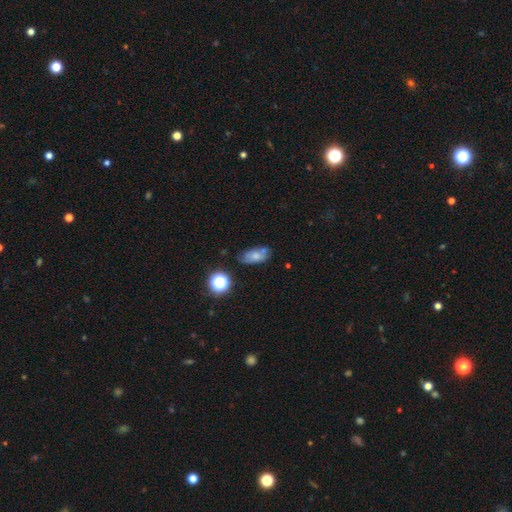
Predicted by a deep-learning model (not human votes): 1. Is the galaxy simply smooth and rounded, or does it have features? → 64% smooth, 23% featured or disk, 13% star or artifact.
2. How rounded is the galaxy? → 86% in between, 9% round, 6% cigar-shaped.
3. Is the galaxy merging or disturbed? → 61% none, 23% minor disturbance, 10% merger, 6% major disturbance.